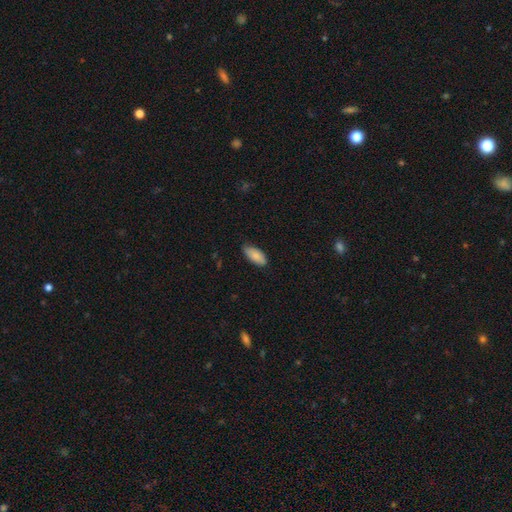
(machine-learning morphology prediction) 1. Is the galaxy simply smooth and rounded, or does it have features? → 85% smooth, 9% featured or disk, 6% star or artifact.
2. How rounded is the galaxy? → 89% in between, 9% cigar-shaped, 2% round.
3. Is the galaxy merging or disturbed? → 76% none, 21% minor disturbance, 2% major disturbance, 1% merger.